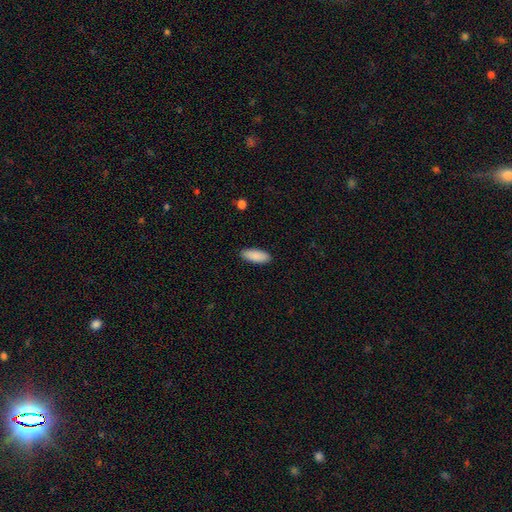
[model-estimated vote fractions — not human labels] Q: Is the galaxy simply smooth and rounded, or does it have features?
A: smooth — 90%.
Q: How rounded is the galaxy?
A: in between — 76%.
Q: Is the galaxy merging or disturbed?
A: none — 90%.